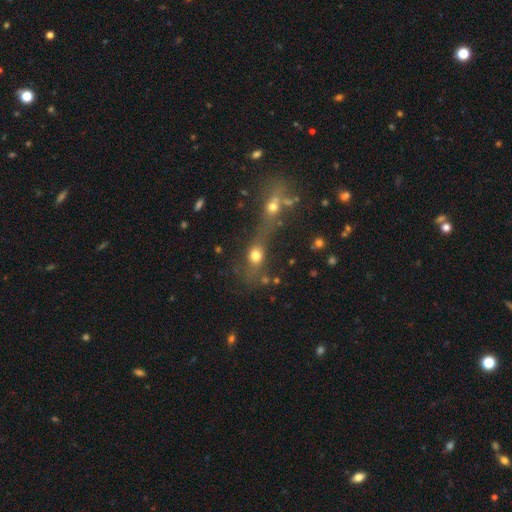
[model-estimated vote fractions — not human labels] A smooth galaxy with no disk features (68%) that is round (54%).

Vote fractions:
- Smooth or featured? smooth: 68% / star or artifact: 18% / featured or disk: 14%
- How rounded? round: 54% / in between: 40% / cigar-shaped: 6%
- Merging? merger: 51% / none: 29% / major disturbance: 10% / minor disturbance: 10%